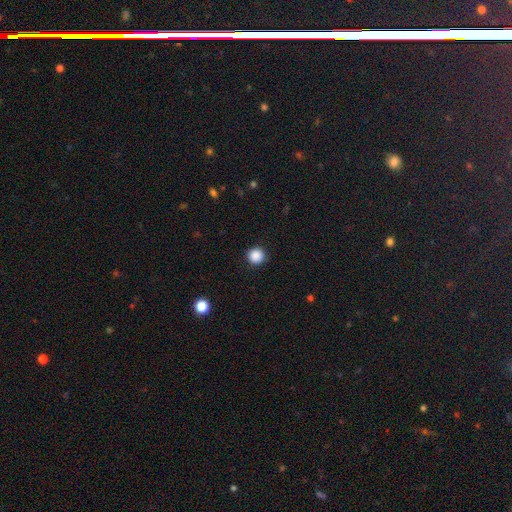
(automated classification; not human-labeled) smooth_or_featured: smooth (p=0.88) [alt: star or artifact p=0.10]
how_rounded: round (p=0.95) [alt: in between p=0.04]
merging: none (p=0.92) [alt: minor disturbance p=0.05]